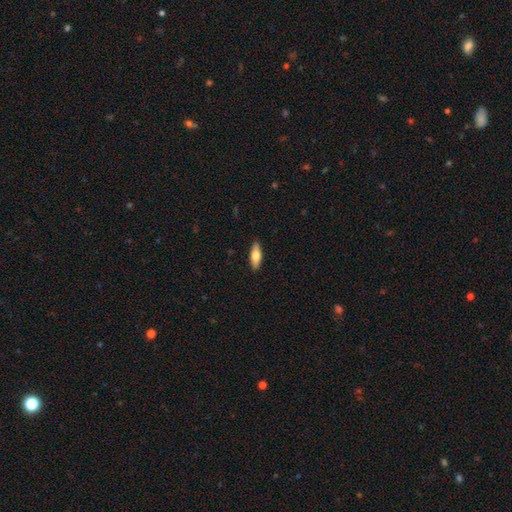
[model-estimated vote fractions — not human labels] smooth-or-featured: smooth: 68% | featured or disk: 26% | star or artifact: 6%
  how-rounded: in between: 60% | cigar-shaped: 37% | round: 2%
  merging: none: 90% | minor disturbance: 8% | major disturbance: 2% | merger: 1%